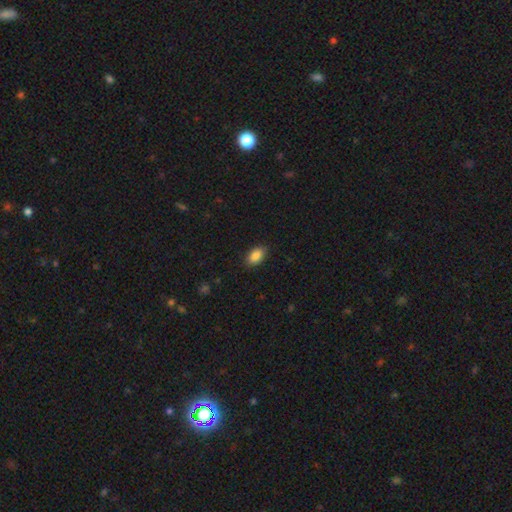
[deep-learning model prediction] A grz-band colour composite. It shows a smooth galaxy with no disk features (88%) that is in between round and cigar-shaped (92%). Merging: none (86%).